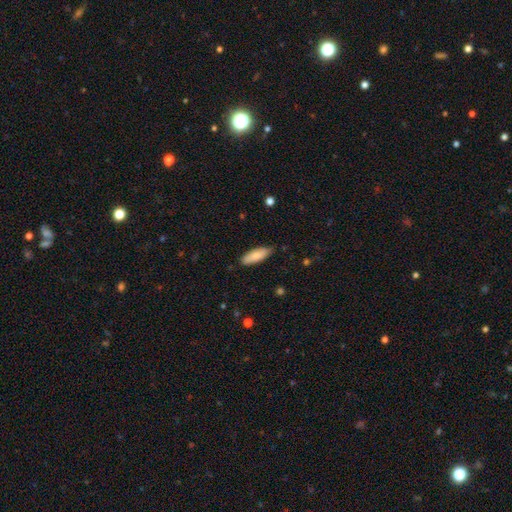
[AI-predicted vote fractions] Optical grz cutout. It shows a smooth galaxy with no disk features (82%) that is in between round and cigar-shaped (62%). Merging: none (82%).